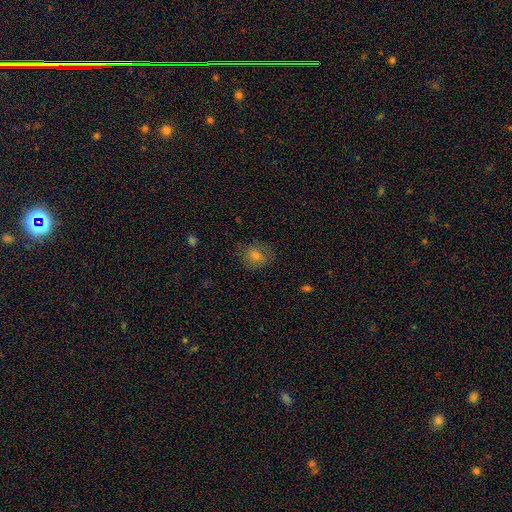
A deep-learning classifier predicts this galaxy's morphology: smooth-or-featured: smooth: 65% | featured or disk: 20% | star or artifact: 14%
  how-rounded: round: 60% | in between: 39% | cigar-shaped: 1%
  merging: none: 77% | minor disturbance: 16% | major disturbance: 6% | merger: 1%